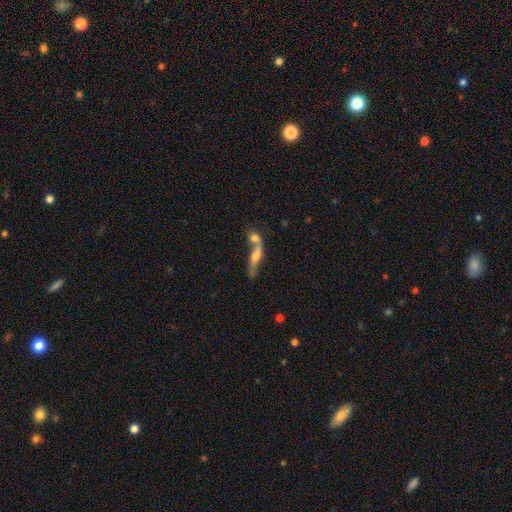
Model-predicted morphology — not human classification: Smooth or featured? Predicted: featured or disk (p=0.46). Merging? Predicted: merger (p=0.57).